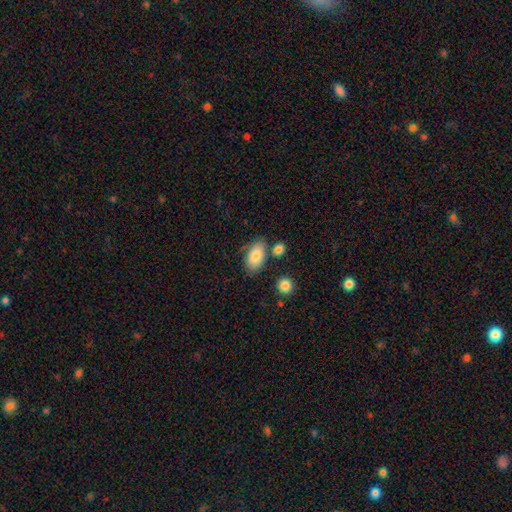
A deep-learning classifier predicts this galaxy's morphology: A smooth galaxy with no disk features (83%) that is in between round and cigar-shaped (92%).

Vote fractions:
- Smooth or featured? smooth: 83% / featured or disk: 10% / star or artifact: 7%
- How rounded? in between: 92% / round: 5% / cigar-shaped: 2%
- Merging? none: 71% / minor disturbance: 15% / merger: 9% / major disturbance: 4%